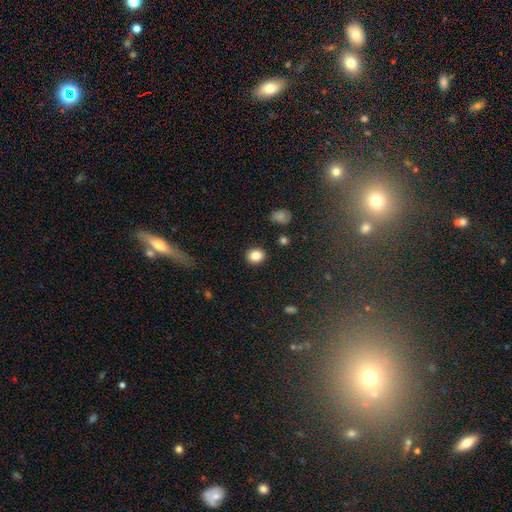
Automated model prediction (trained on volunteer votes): The model was most divided on "how rounded": round: 70%, in between: 29%, cigar-shaped: 1%. More confident: merging — none (89%); smooth or featured — smooth (85%).